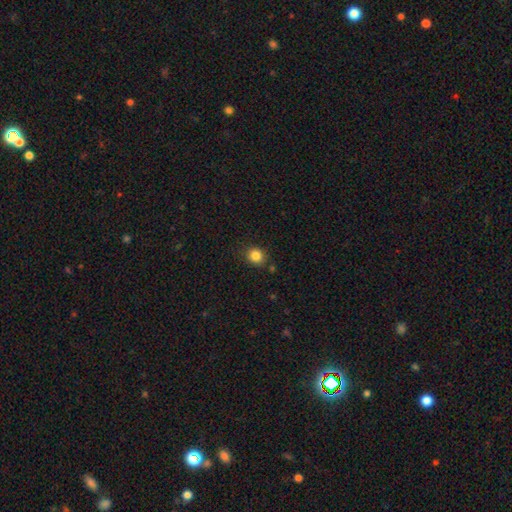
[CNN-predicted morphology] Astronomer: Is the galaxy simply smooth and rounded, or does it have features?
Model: smooth — 84%.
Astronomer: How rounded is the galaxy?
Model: round — 78%.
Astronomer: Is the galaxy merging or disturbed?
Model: none — 85%.